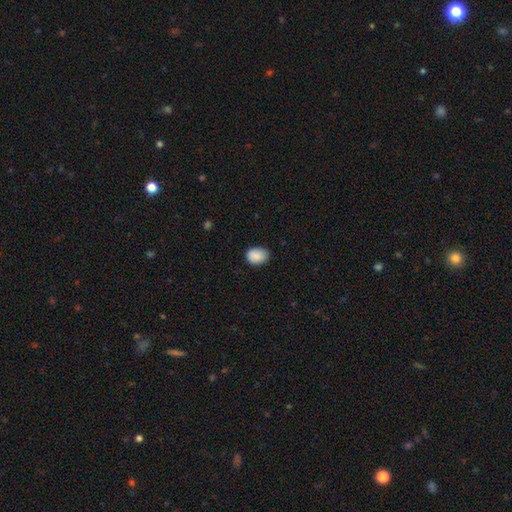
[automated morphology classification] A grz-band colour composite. It shows a smooth galaxy with no disk features (89%) that is in between round and cigar-shaped (64%). Merging: none (77%).